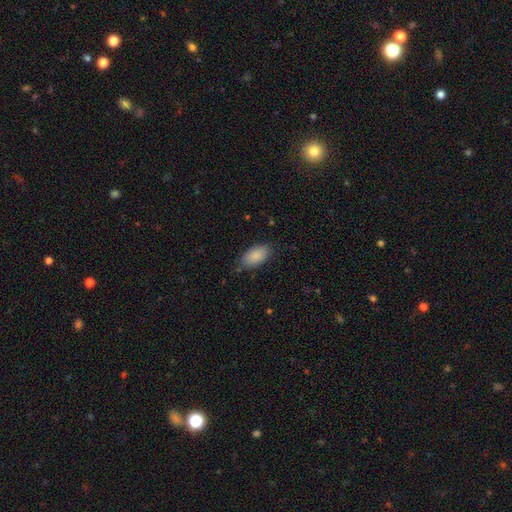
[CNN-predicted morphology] type=smooth (87%); roundness=in between (94%); merging=none (81%).